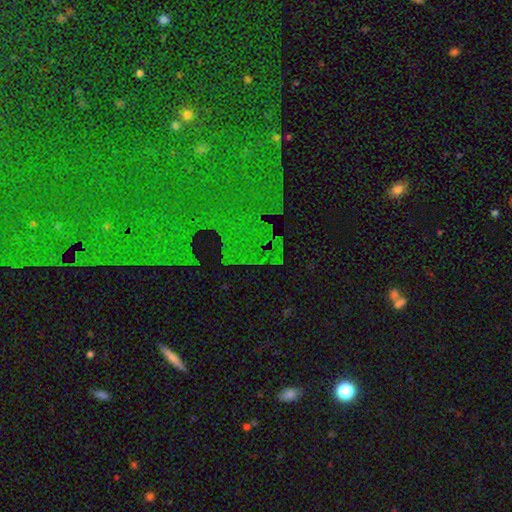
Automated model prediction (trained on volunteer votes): This appears to be a star or artifact, not a galaxy (73%).